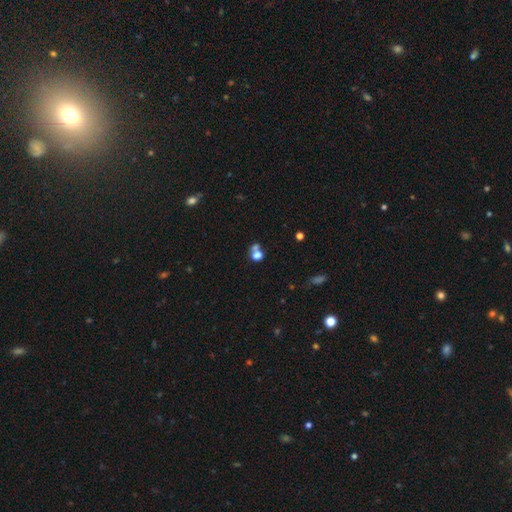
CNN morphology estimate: smooth-or-featured: smooth: 69% | star or artifact: 19% | featured or disk: 12%
  how-rounded: round: 64% | in between: 35% | cigar-shaped: 1%
  merging: merger: 46% | none: 40% | minor disturbance: 8% | major disturbance: 6%